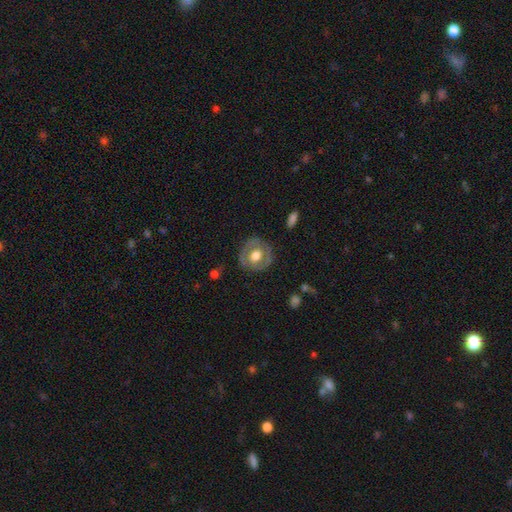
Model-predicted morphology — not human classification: The model was most divided on "smooth or featured": featured or disk: 48%, smooth: 46%, star or artifact: 6%. More confident: merging — none (80%).